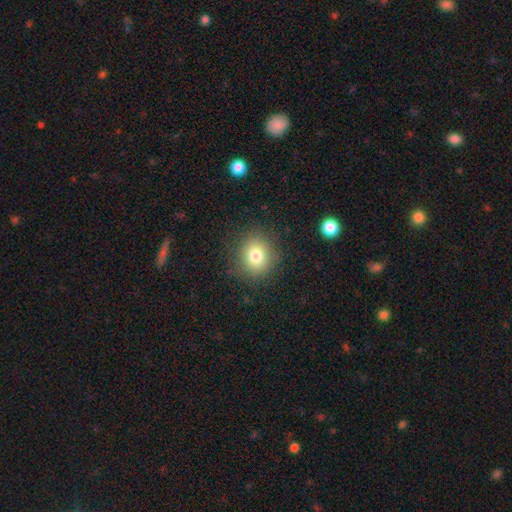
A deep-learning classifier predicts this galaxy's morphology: Q: Smooth or featured?
A: smooth (78%); runner-up: star or artifact (12%)
Q: How rounded?
A: round (80%); runner-up: in between (19%)
Q: Merging?
A: none (86%); runner-up: minor disturbance (9%)